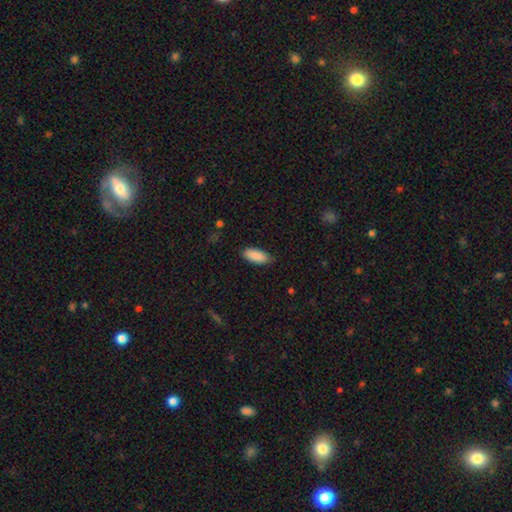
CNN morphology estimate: type=smooth (90%); roundness=in between (85%); merging=none (84%).